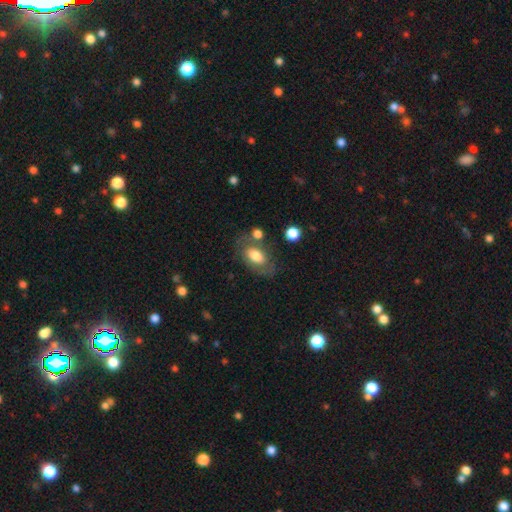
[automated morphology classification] Smooth or featured?
  - smooth: 68% *
  - featured or disk: 25%
  - star or artifact: 7%
How rounded?
  - in between: 87% *
  - round: 11%
  - cigar-shaped: 2%
Merging?
  - none: 59% *
  - minor disturbance: 19%
  - merger: 11%
  - major disturbance: 10%